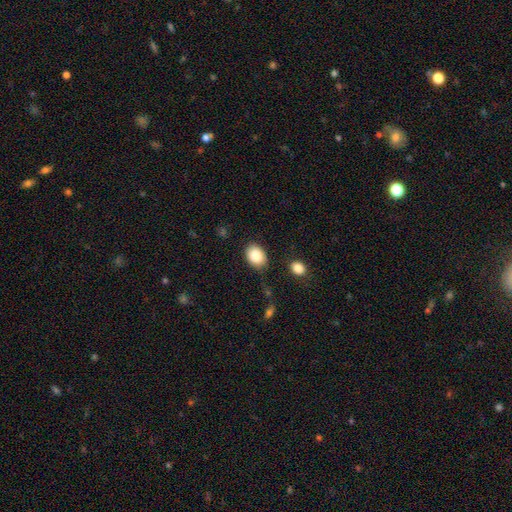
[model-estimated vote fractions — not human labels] A smooth galaxy with no disk features (87%) that is in between round and cigar-shaped (72%). Merging: none (80%).